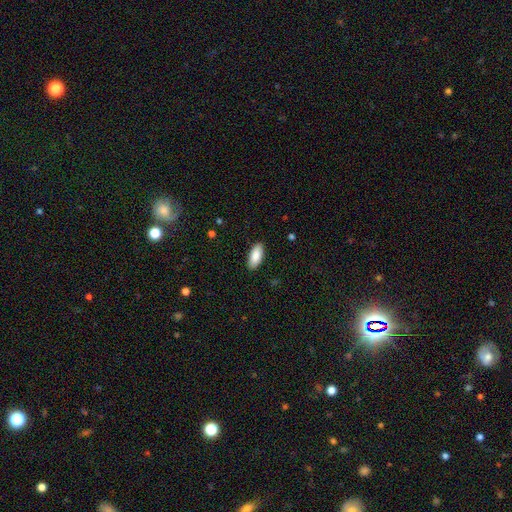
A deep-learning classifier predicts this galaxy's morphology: Smooth or featured? smooth (89%)
How rounded? in between (87%)
Merging? none (89%)